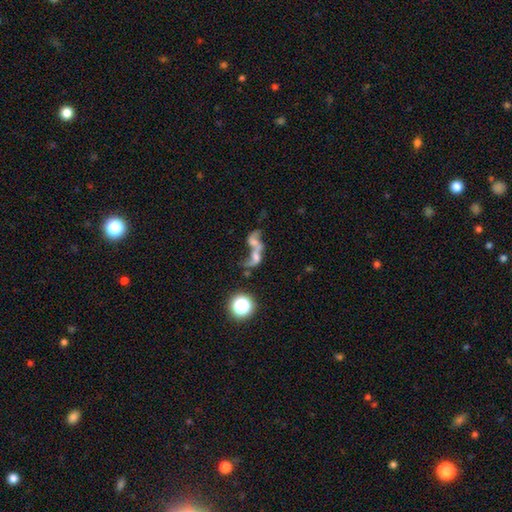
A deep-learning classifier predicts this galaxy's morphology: Smooth or featured: featured or disk — 47% (smooth — 33%)
Merging: merger — 67% (major disturbance — 16%)